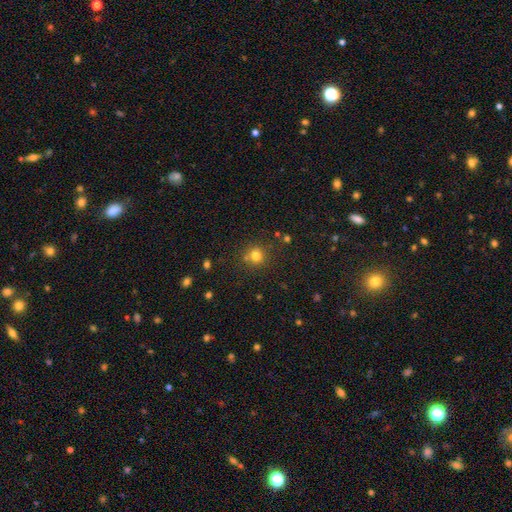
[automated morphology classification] smooth-or-featured: smooth: 76% | star or artifact: 16% | featured or disk: 8%
  how-rounded: round: 91% | in between: 8% | cigar-shaped: 1%
  merging: none: 75% | merger: 12% | minor disturbance: 10% | major disturbance: 3%